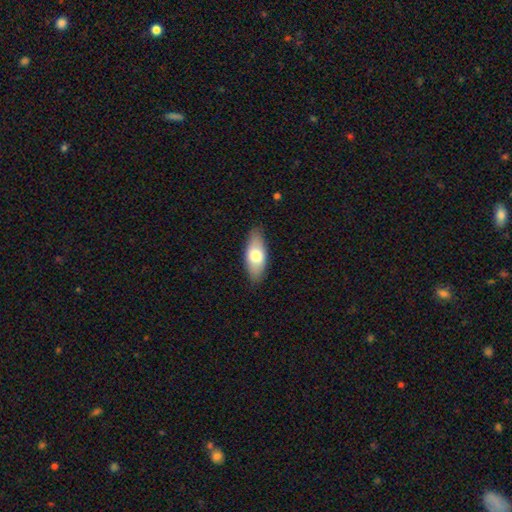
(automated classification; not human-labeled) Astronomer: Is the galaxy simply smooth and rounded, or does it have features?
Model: smooth — 70%.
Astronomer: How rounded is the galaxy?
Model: in between — 81%.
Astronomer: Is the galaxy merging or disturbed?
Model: none — 85%.